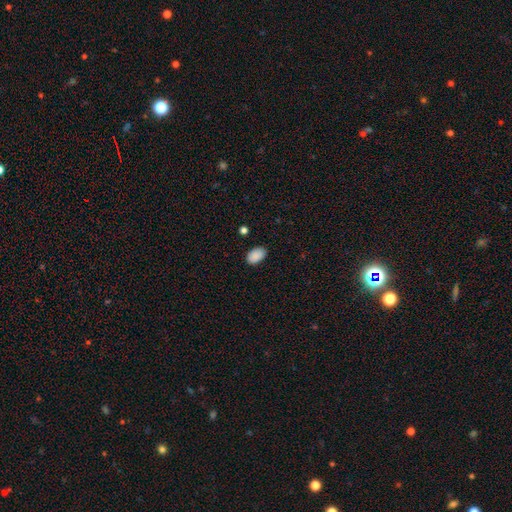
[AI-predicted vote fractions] The model was most divided on "merging": none: 85%, minor disturbance: 12%, major disturbance: 2%, merger: 1%. More confident: how rounded — in between (91%); smooth or featured — smooth (90%).